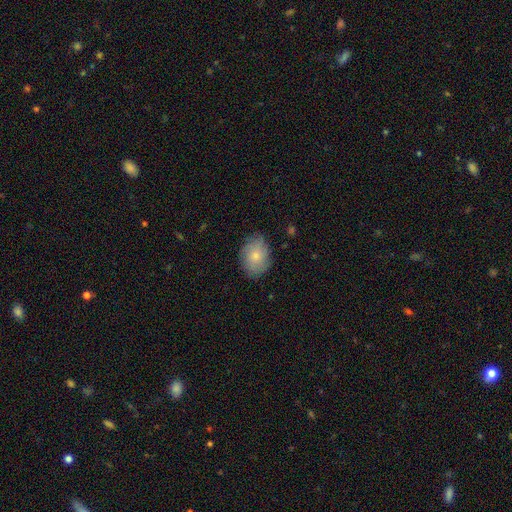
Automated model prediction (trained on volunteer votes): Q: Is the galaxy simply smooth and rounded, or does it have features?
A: smooth — 68%.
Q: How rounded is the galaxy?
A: in between — 71%.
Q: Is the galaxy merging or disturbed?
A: none — 76%.